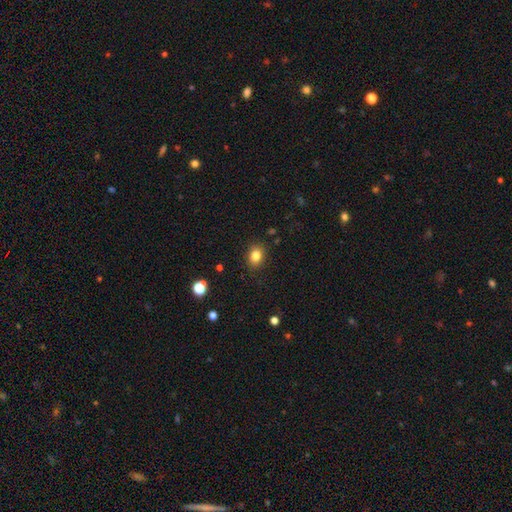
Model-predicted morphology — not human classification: Smooth or featured?
  - smooth: 83% *
  - star or artifact: 11%
  - featured or disk: 6%
How rounded?
  - in between: 54% *
  - round: 45%
  - cigar-shaped: 1%
Merging?
  - none: 87% *
  - minor disturbance: 9%
  - major disturbance: 3%
  - merger: 1%